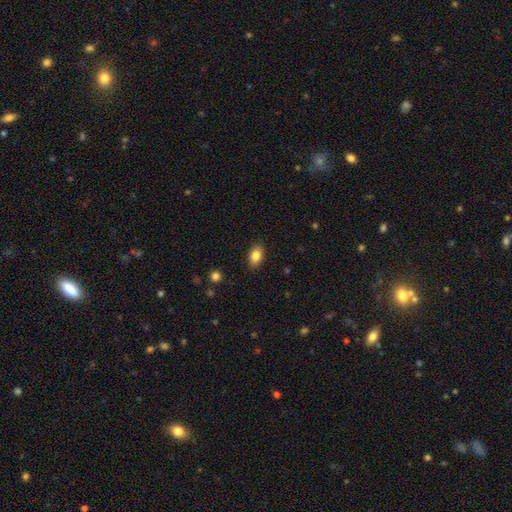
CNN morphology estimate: Smooth or featured? smooth (84%)
How rounded? in between (87%)
Merging? none (88%)